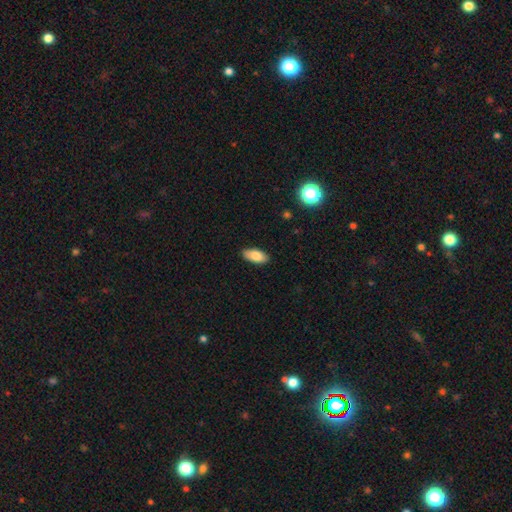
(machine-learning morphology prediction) Overall: smooth (84%). How rounded: in between (91%). Merging: none (87%).